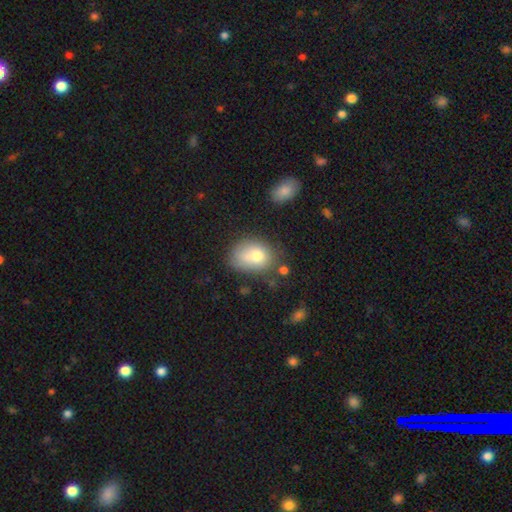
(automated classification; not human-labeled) Overall: smooth (75%). How rounded: in between (69%; round 30%). Merging: none (52%; minor disturbance 27%).